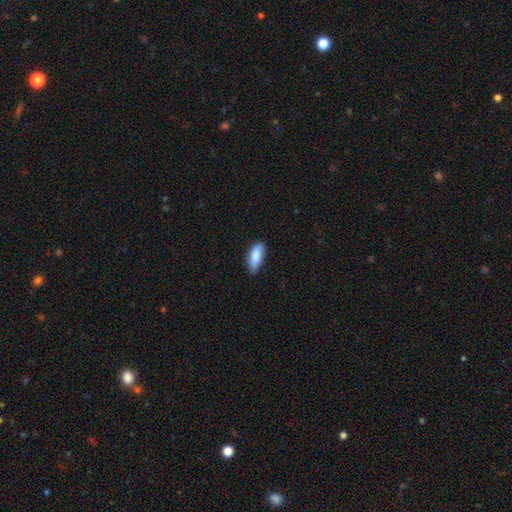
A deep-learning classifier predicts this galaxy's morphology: Smooth or featured?
  - smooth: 84% *
  - featured or disk: 11%
  - star or artifact: 6%
How rounded?
  - in between: 73% *
  - cigar-shaped: 25%
  - round: 2%
Merging?
  - none: 80% *
  - minor disturbance: 17%
  - major disturbance: 2%
  - merger: 1%